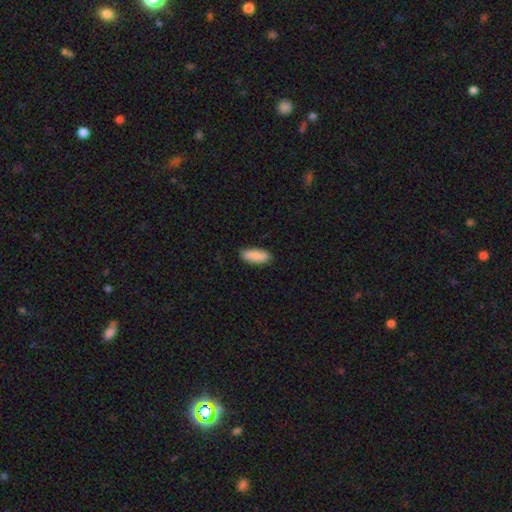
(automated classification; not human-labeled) Overall: smooth (87%). How rounded: in between (78%). Merging: none (87%).